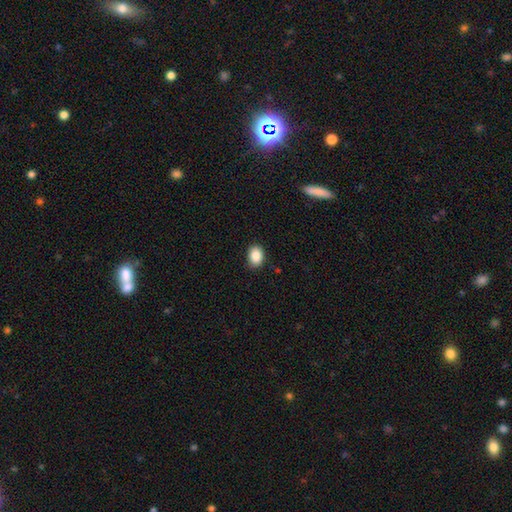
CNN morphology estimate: The model was most divided on "how rounded": in between: 70%, round: 29%, cigar-shaped: 1%. More confident: smooth or featured — smooth (87%); merging — none (87%).